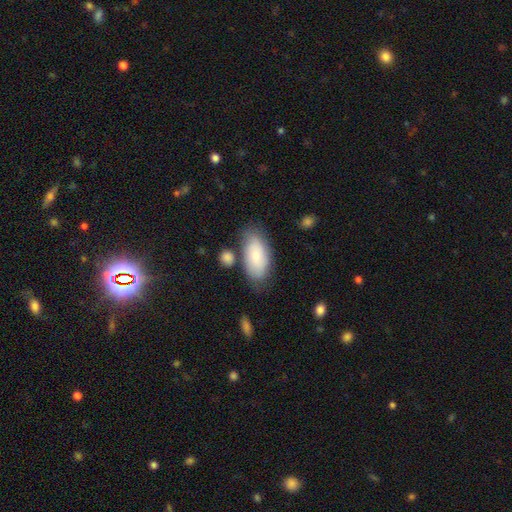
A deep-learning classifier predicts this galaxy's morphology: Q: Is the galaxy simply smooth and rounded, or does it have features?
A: smooth — 73%.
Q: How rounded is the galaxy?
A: in between — 93%.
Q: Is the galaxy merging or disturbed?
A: none — 66%.